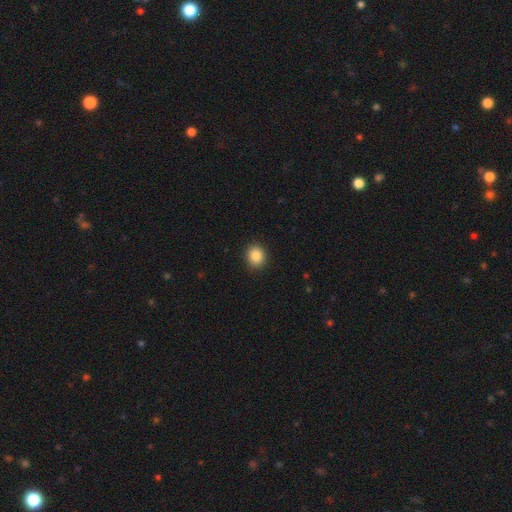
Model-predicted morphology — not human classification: smooth_or_featured: smooth (p=0.87) [alt: star or artifact p=0.09]
how_rounded: round (p=0.75) [alt: in between p=0.24]
merging: none (p=0.91) [alt: minor disturbance p=0.07]